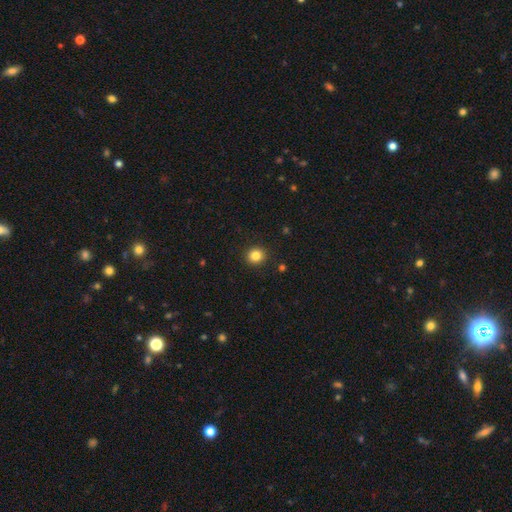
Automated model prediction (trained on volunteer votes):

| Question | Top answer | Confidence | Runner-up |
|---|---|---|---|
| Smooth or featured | smooth | 83% | star or artifact (12%) |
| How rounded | round | 89% | in between (10%) |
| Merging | none | 92% | minor disturbance (5%) |